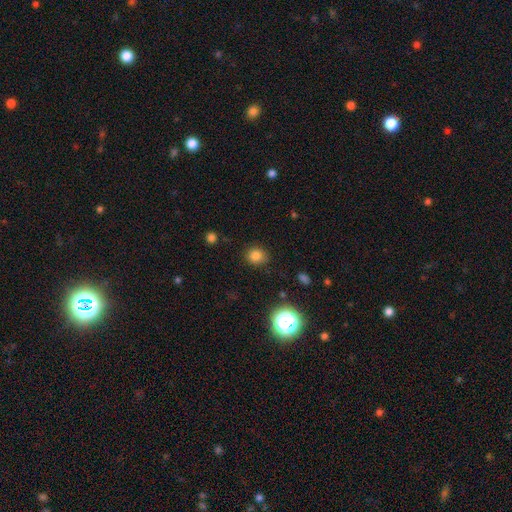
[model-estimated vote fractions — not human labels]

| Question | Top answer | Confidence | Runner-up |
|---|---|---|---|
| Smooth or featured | smooth | 80% | star or artifact (15%) |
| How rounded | round | 77% | in between (22%) |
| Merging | none | 86% | minor disturbance (10%) |